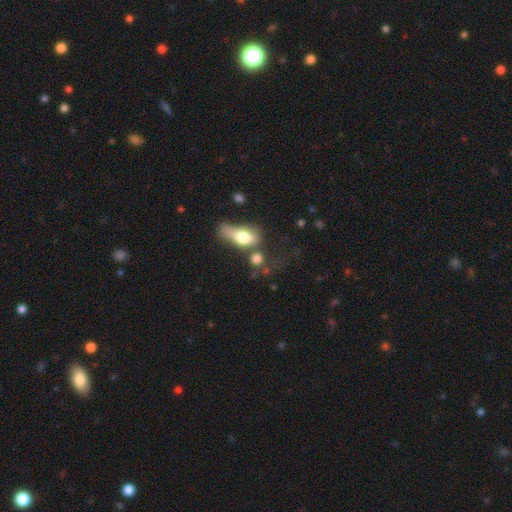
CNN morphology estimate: smooth 54%, featured or disk 33%, star or artifact 13%. Down the decision tree: how rounded — in between (76%); merging — none (31%).